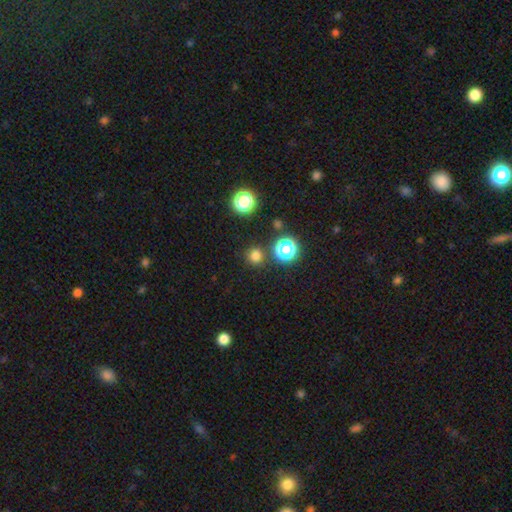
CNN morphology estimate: Smooth or featured? smooth (74%)
How rounded? round (94%)
Merging? none (86%)